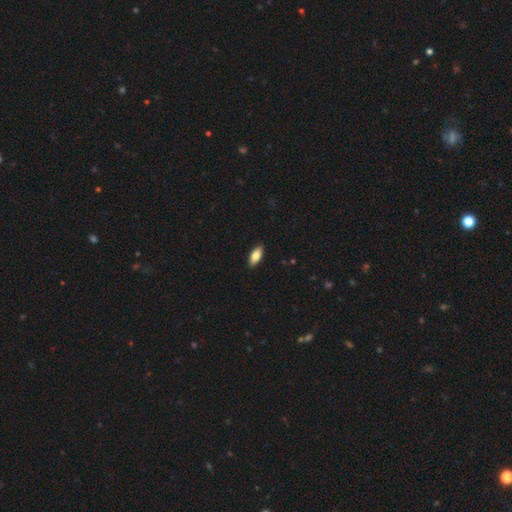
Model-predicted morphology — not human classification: This is likely a smooth galaxy (80%). How rounded: clearly in between (84%). Merging: clearly none (90%).